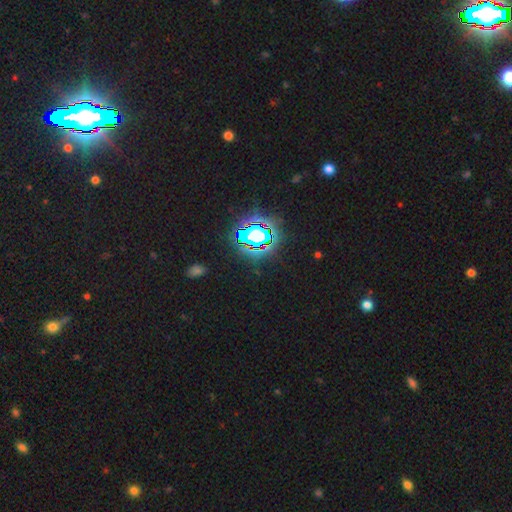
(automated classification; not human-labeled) Q: Smooth or featured?
A: star or artifact (83%); runner-up: smooth (10%)